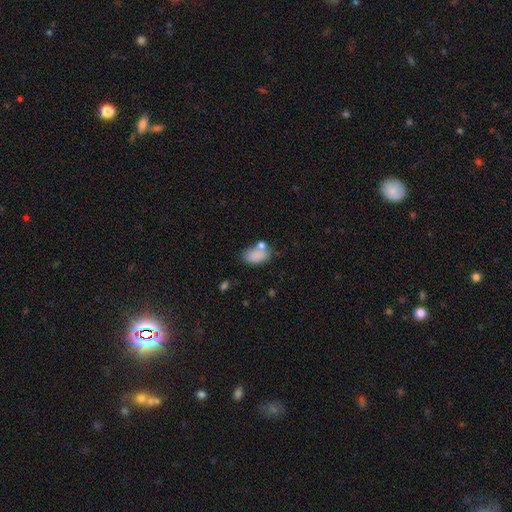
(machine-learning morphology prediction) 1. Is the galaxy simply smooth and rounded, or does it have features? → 83% smooth, 9% star or artifact, 8% featured or disk.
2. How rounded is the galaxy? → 88% in between, 10% round, 2% cigar-shaped.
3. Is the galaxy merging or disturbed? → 56% none, 20% merger, 18% minor disturbance, 6% major disturbance.